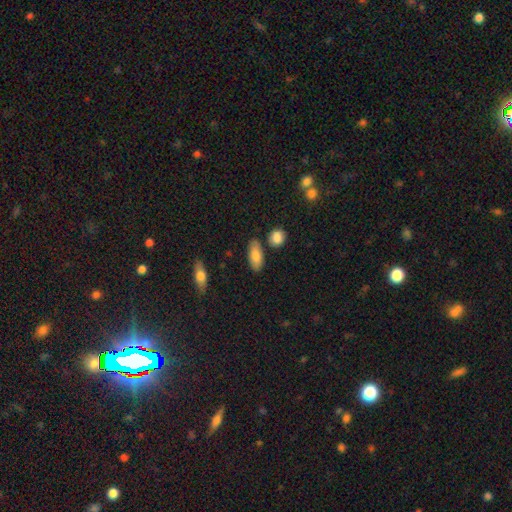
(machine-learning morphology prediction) A smooth galaxy with no disk features (80%) that is in between round and cigar-shaped (84%).

Vote fractions:
- Smooth or featured? smooth: 80% / featured or disk: 13% / star or artifact: 6%
- How rounded? in between: 84% / cigar-shaped: 13% / round: 3%
- Merging? none: 81% / minor disturbance: 11% / merger: 5% / major disturbance: 2%